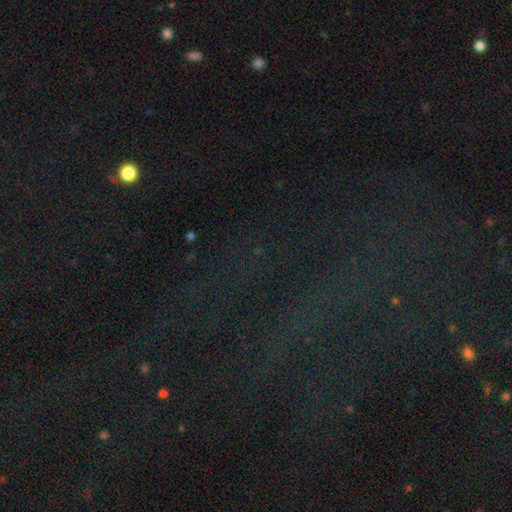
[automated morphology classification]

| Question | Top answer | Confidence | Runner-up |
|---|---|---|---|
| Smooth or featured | star or artifact | 77% | smooth (12%) |